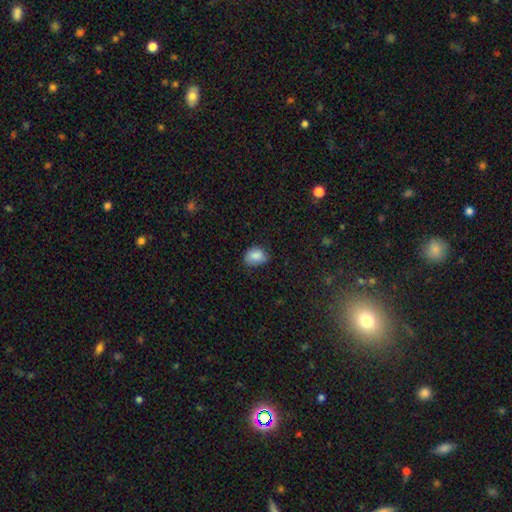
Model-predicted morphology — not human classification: Smooth or featured?
  - smooth: 84% *
  - star or artifact: 9%
  - featured or disk: 8%
How rounded?
  - in between: 67% *
  - round: 32%
  - cigar-shaped: 1%
Merging?
  - none: 63% *
  - minor disturbance: 30%
  - major disturbance: 6%
  - merger: 1%